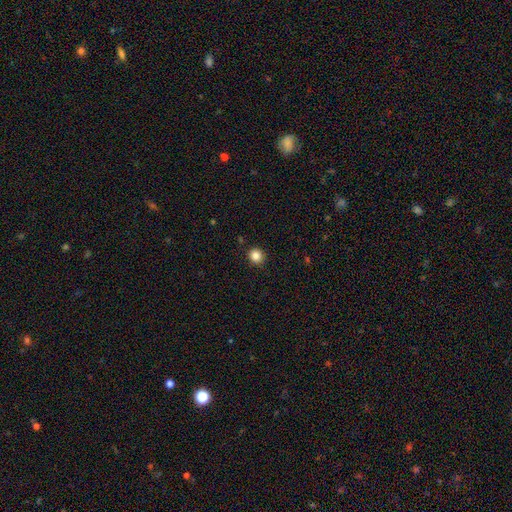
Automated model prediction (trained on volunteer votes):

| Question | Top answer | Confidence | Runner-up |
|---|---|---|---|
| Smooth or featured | smooth | 85% | star or artifact (11%) |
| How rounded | round | 93% | in between (6%) |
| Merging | none | 92% | minor disturbance (5%) |